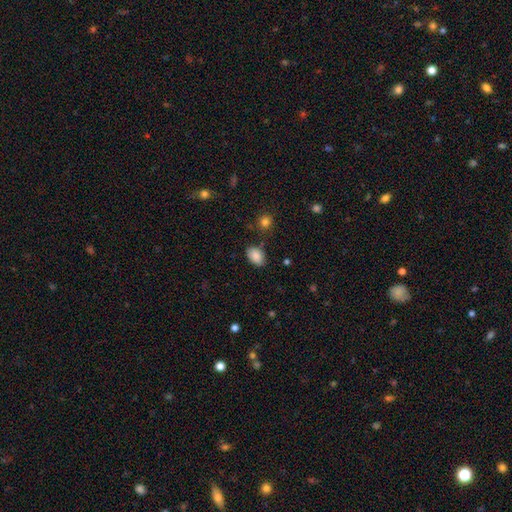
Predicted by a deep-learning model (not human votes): smooth_or_featured: smooth (p=0.87) [alt: star or artifact p=0.08]
how_rounded: in between (p=0.85) [alt: round p=0.13]
merging: none (p=0.79) [alt: minor disturbance p=0.15]